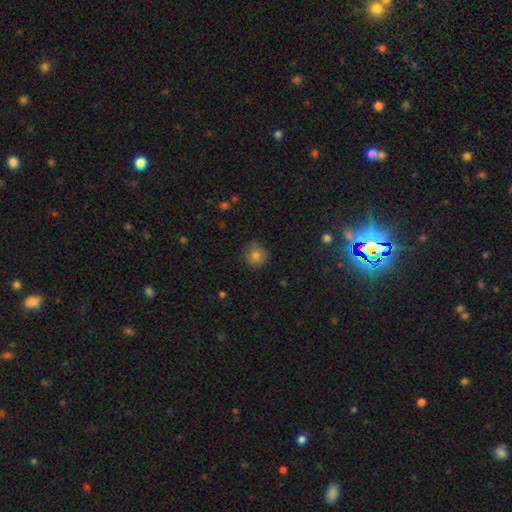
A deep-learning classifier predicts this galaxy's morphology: Smooth or featured: smooth — 81% (star or artifact — 11%)
How rounded: round — 90% (in between — 9%)
Merging: none — 80% (minor disturbance — 15%)